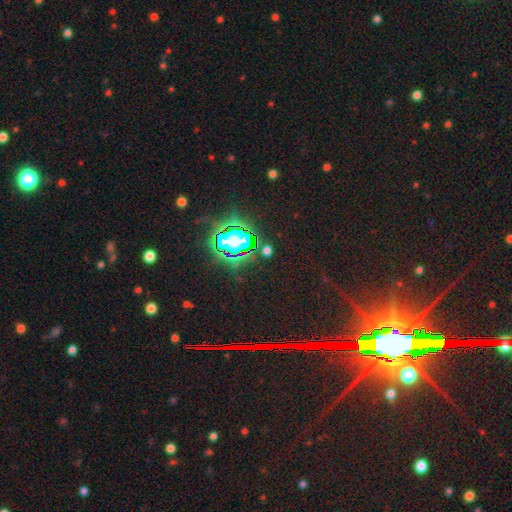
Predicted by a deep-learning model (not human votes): Overall: star or artifact (84%).